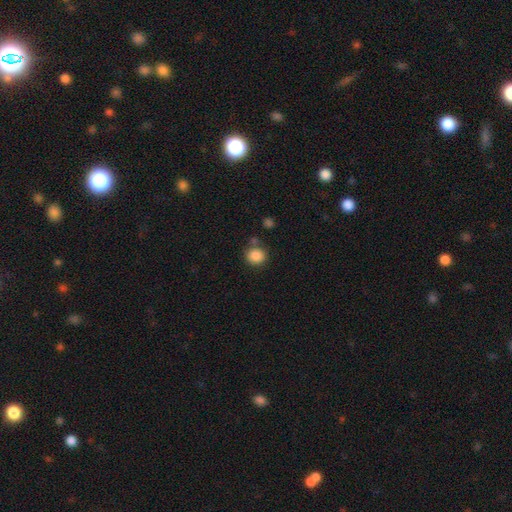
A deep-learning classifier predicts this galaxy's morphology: This is clearly a smooth galaxy (87%). How rounded: clearly round (82%). Merging: likely none (74%).